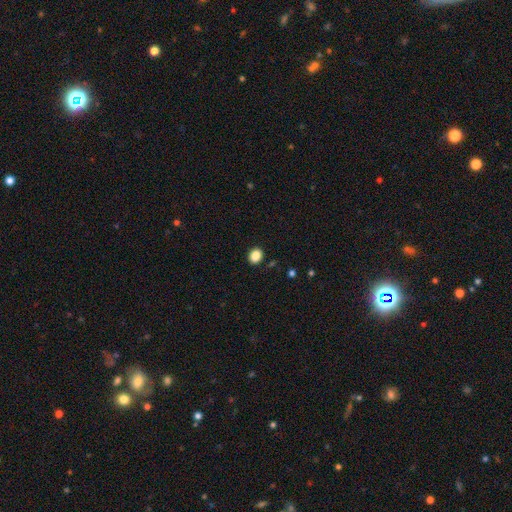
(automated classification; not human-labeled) smooth_or_featured: smooth (p=0.87) [alt: star or artifact p=0.10]
how_rounded: round (p=0.57) [alt: in between p=0.43]
merging: none (p=0.90) [alt: minor disturbance p=0.07]